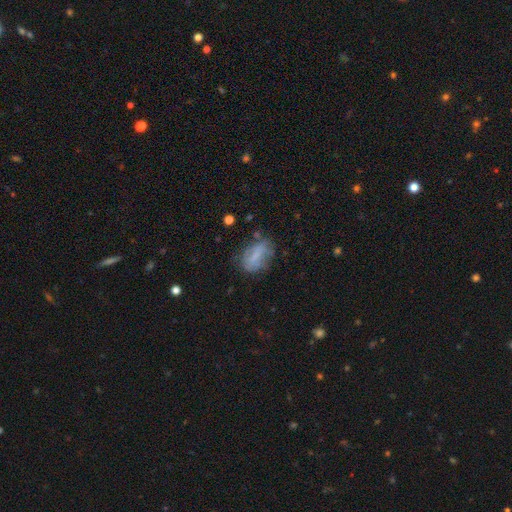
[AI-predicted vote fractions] Smooth or featured: smooth — 60% (featured or disk — 30%)
How rounded: in between — 84% (round — 11%)
Merging: none — 58% (minor disturbance — 26%)